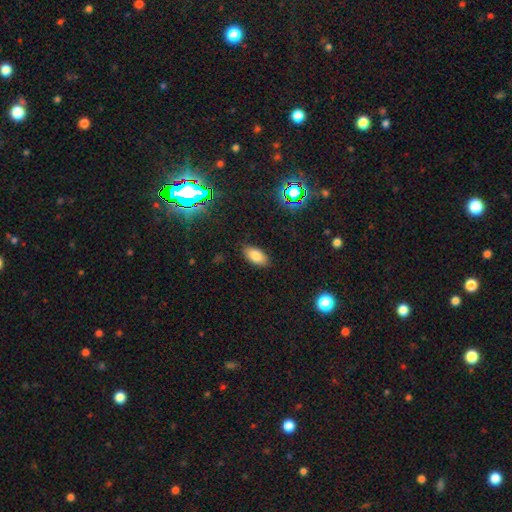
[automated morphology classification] Overall: smooth (82%). How rounded: in between (92%). Merging: none (86%).